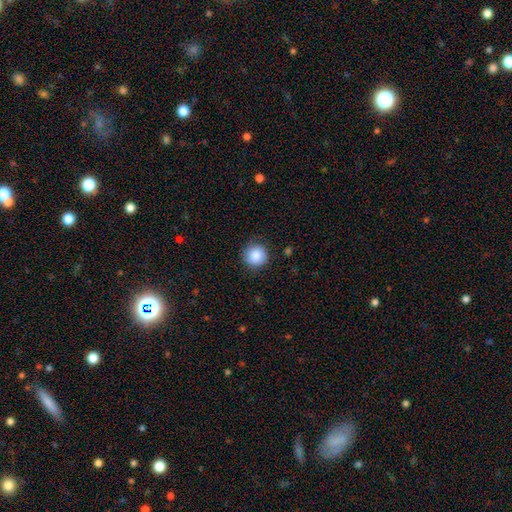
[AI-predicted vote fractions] This is clearly a smooth galaxy (87%). How rounded: clearly round (94%). Merging: clearly none (86%).